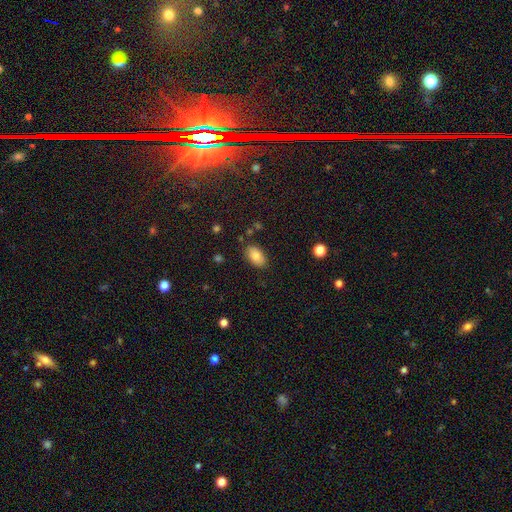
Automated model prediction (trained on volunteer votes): A smooth galaxy with no disk features (83%) that is in between round and cigar-shaped (92%). Merging: none (85%).